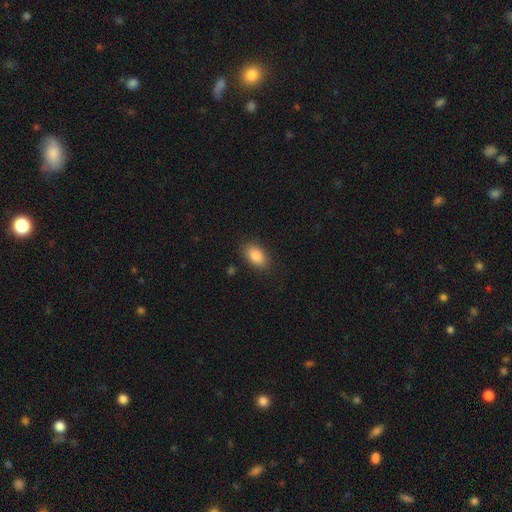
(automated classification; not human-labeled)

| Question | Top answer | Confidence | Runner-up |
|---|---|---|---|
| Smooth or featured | smooth | 87% | star or artifact (8%) |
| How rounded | in between | 91% | round (7%) |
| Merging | none | 85% | minor disturbance (11%) |